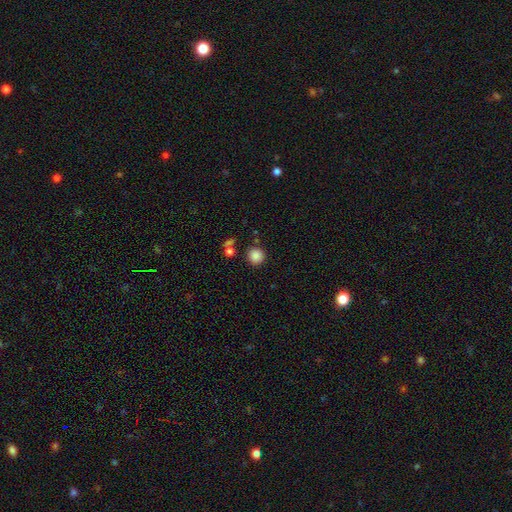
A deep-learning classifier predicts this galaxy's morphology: Smooth or featured: smooth — 85% (star or artifact — 10%)
How rounded: round — 92% (in between — 7%)
Merging: none — 86% (minor disturbance — 7%)